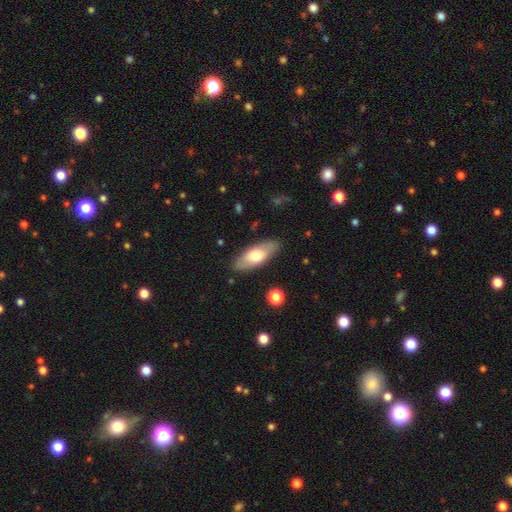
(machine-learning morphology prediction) A smooth galaxy with no disk features (64%) that is in between round and cigar-shaped (75%). Merging: none (86%).